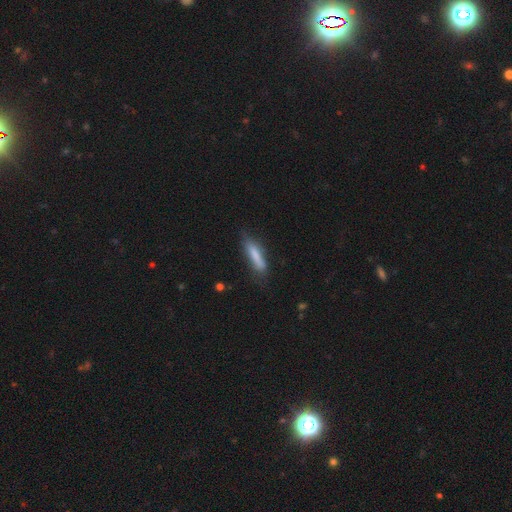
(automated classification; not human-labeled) smooth 75%, featured or disk 19%, star or artifact 7%. Down the decision tree: how rounded — cigar-shaped (79%); merging — none (65%).